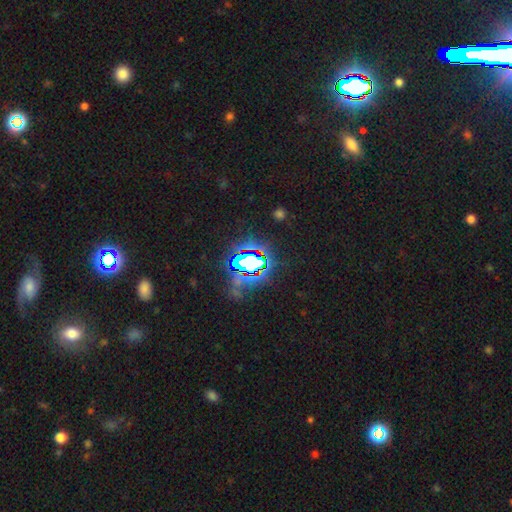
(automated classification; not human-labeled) Overall: star or artifact (73%).